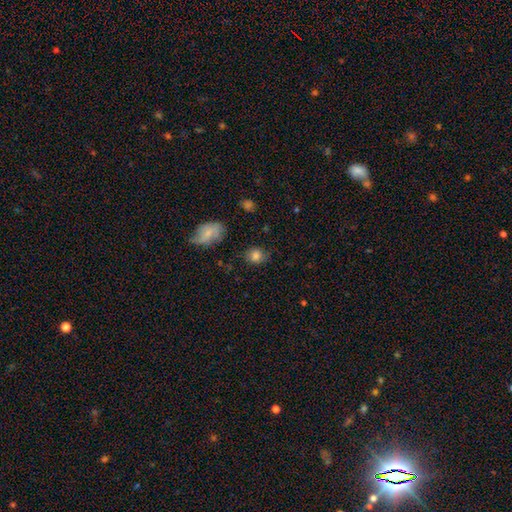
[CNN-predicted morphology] smooth_or_featured: smooth (p=0.82) [alt: star or artifact p=0.10]
how_rounded: round (p=0.61) [alt: in between p=0.38]
merging: none (p=0.75) [alt: minor disturbance p=0.18]